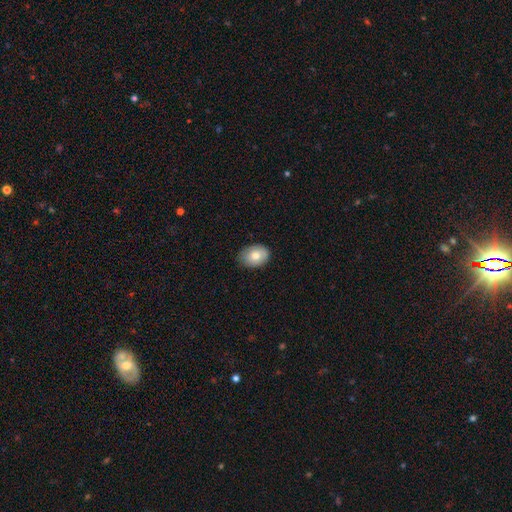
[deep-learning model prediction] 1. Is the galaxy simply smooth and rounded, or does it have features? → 75% smooth, 18% featured or disk, 7% star or artifact.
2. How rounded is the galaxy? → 72% in between, 27% round, 1% cigar-shaped.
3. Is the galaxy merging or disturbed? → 76% none, 20% minor disturbance, 3% major disturbance, 1% merger.